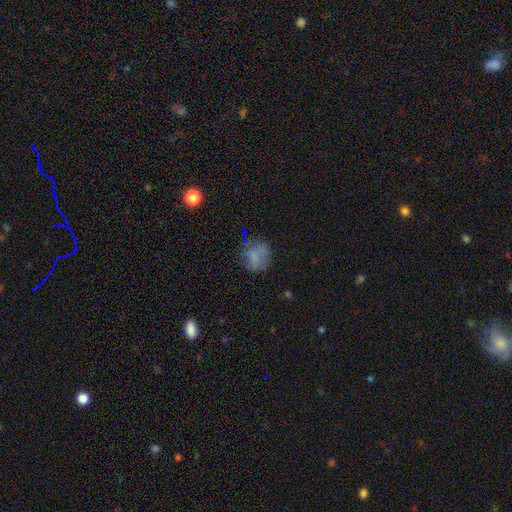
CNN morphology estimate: A smooth galaxy with no disk features (69%) that is round (72%).

Vote fractions:
- Smooth or featured? smooth: 69% / featured or disk: 17% / star or artifact: 14%
- How rounded? round: 72% / in between: 27% / cigar-shaped: 1%
- Merging? none: 61% / minor disturbance: 22% / major disturbance: 13% / merger: 4%